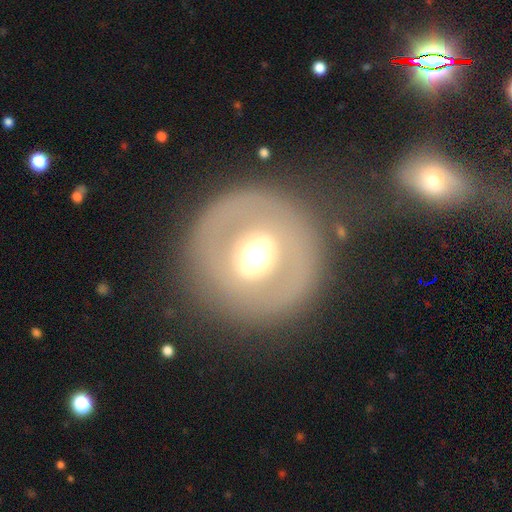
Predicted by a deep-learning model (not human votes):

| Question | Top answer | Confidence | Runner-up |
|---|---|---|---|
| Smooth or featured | featured or disk | 56% | smooth (35%) |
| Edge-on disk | no | 87% | yes (13%) |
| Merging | none | 82% | minor disturbance (8%) |